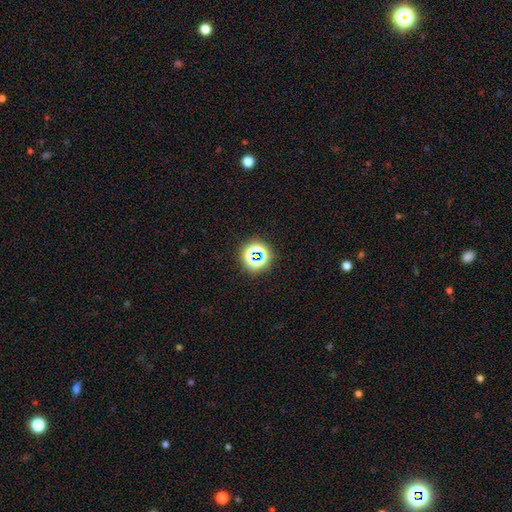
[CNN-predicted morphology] Smooth or featured: star or artifact — 62% (smooth — 28%)